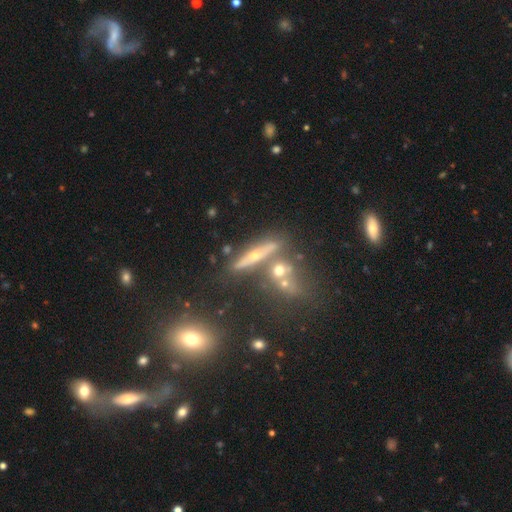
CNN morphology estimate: A featured or disk galaxy (62%) viewed edge-on (86%) with a rounded central bulge (91%). Merging: none (69%).